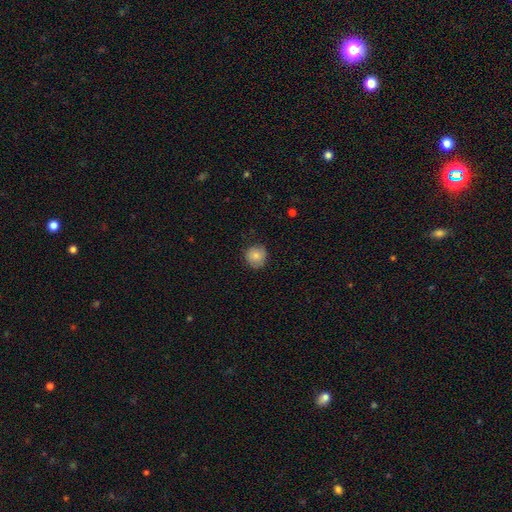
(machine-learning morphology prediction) A smooth galaxy with no disk features (79%) that is round (90%).

Vote fractions:
- Smooth or featured? smooth: 79% / featured or disk: 13% / star or artifact: 8%
- How rounded? round: 90% / in between: 9% / cigar-shaped: 1%
- Merging? none: 79% / minor disturbance: 16% / major disturbance: 3% / merger: 1%